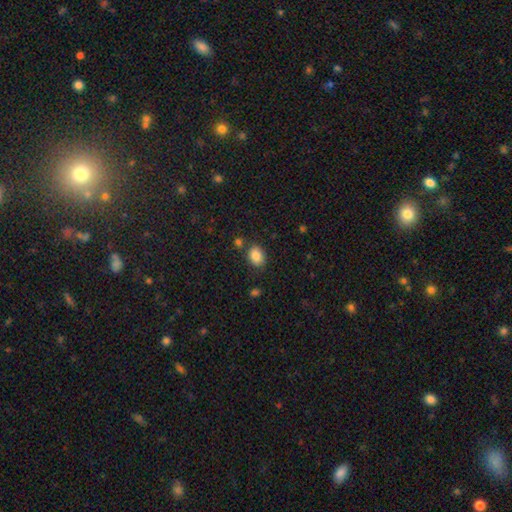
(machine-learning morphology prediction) smooth_or_featured: smooth (p=0.86) [alt: star or artifact p=0.09]
how_rounded: in between (p=0.70) [alt: round p=0.29]
merging: none (p=0.78) [alt: minor disturbance p=0.12]